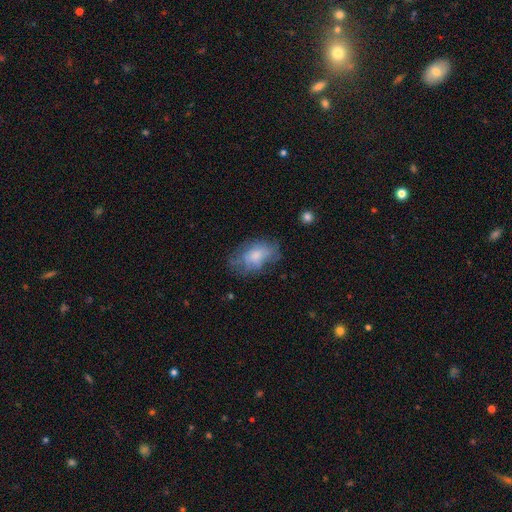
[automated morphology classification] This appears to be a smooth galaxy with no disk features (61%) that is in between round and cigar-shaped (88%). Merging: none (51%).